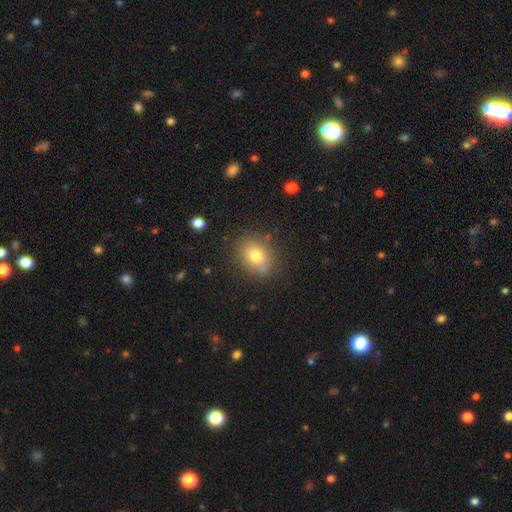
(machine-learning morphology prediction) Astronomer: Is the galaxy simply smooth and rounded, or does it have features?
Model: smooth — 75%.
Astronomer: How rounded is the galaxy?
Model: in between — 52% (runner-up: round, 46%).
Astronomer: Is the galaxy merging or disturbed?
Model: none — 74%.